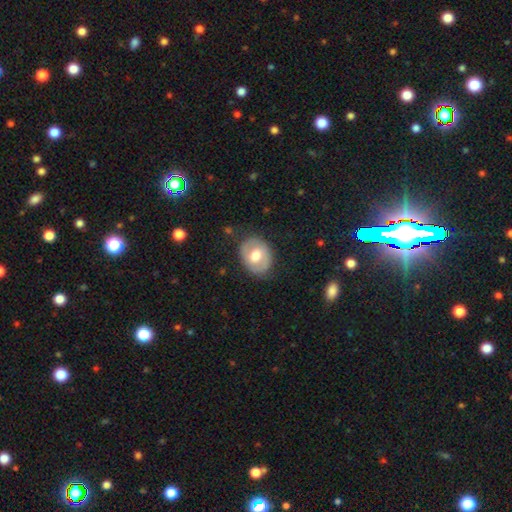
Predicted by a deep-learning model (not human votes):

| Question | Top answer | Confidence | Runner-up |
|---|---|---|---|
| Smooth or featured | smooth | 54% | featured or disk (40%) |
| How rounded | in between | 50% | round (49%) |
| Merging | none | 80% | minor disturbance (14%) |